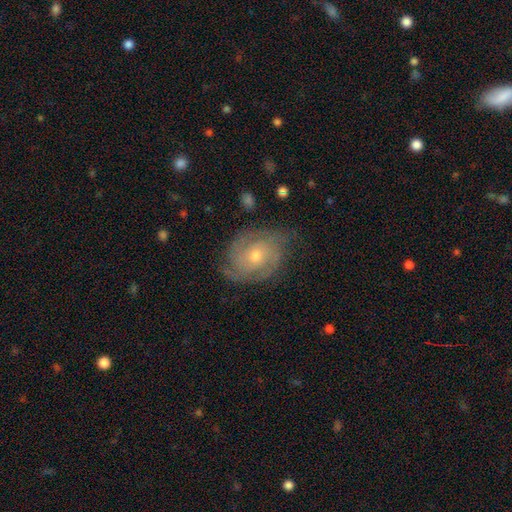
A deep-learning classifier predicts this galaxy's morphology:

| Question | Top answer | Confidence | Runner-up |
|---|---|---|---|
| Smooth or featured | featured or disk | 78% | smooth (16%) |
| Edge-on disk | no | 97% | yes (3%) |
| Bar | no | 77% | weak (20%) |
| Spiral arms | yes | 92% | no (8%) |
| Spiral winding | tight | 60% | medium (32%) |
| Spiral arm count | can't tell | 29% | 3 (27%) |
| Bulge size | moderate | 52% | small (44%) |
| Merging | none | 69% | minor disturbance (22%) |